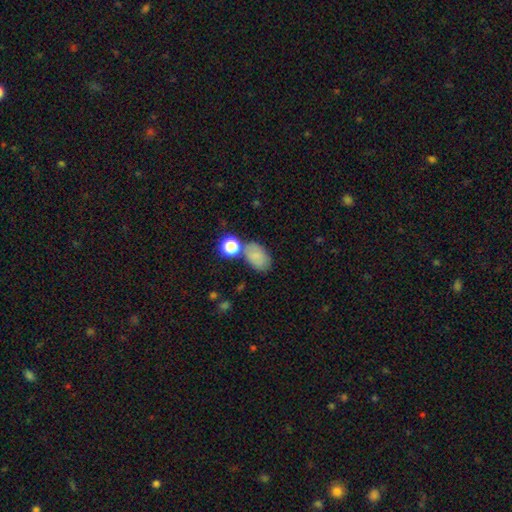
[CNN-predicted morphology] Smooth or featured: smooth — 79% (star or artifact — 11%)
How rounded: in between — 84% (round — 14%)
Merging: none — 58% (merger — 19%)